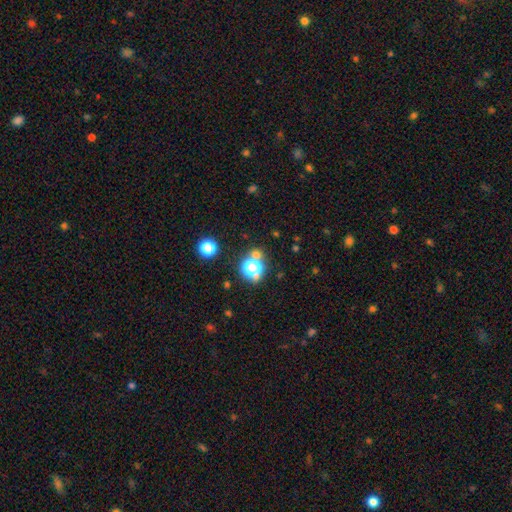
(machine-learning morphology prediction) smooth 51%, star or artifact 41%, featured or disk 8%. Down the decision tree: how rounded — round (83%); merging — none (66%).